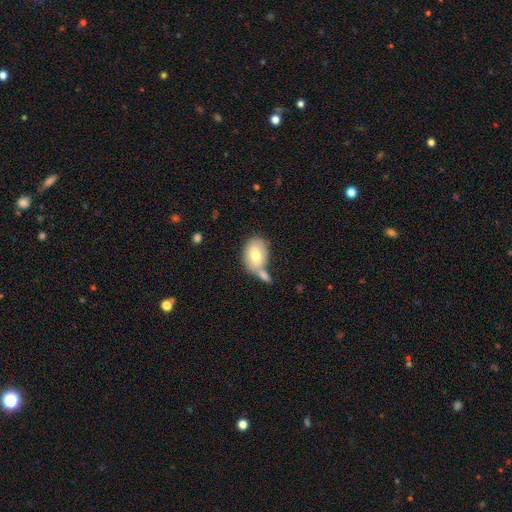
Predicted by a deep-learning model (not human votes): Smooth or featured?
  - smooth: 73% *
  - featured or disk: 20%
  - star or artifact: 7%
How rounded?
  - in between: 79% *
  - round: 20%
  - cigar-shaped: 1%
Merging?
  - none: 45% *
  - merger: 35%
  - minor disturbance: 15%
  - major disturbance: 5%